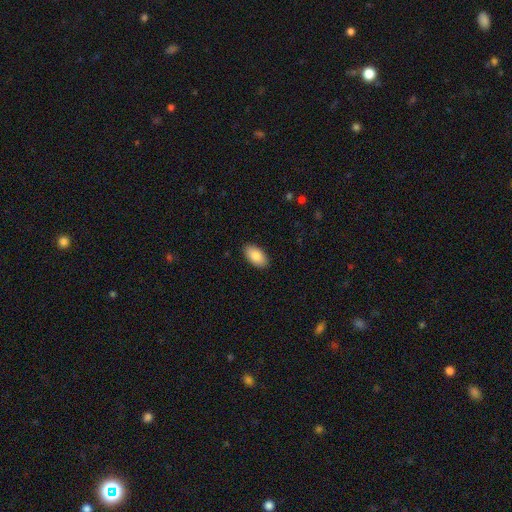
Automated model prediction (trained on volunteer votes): Overall: smooth (87%). How rounded: in between (95%). Merging: none (89%).